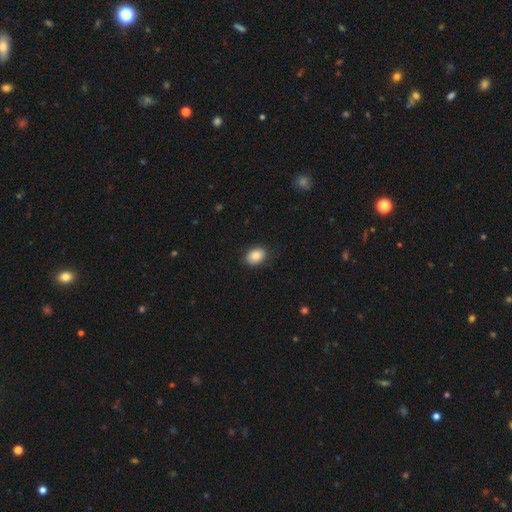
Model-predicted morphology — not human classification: type=smooth (85%); roundness=in between (76%); merging=none (84%).